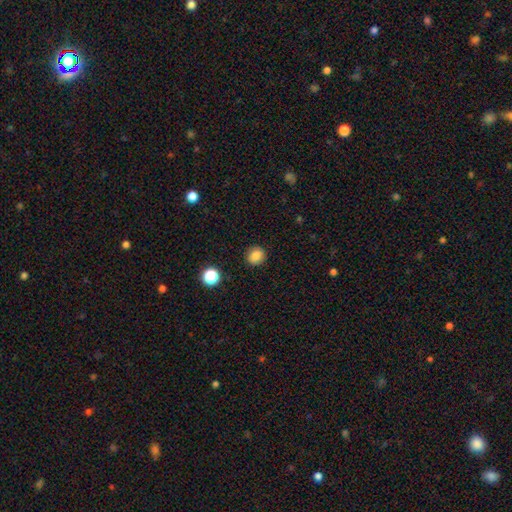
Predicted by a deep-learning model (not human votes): Morphology: type=smooth (84%); roundness=round (85%); merging=none (90%).